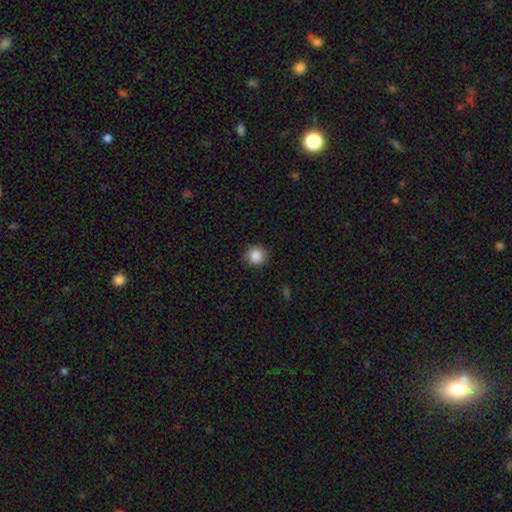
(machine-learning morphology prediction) Smooth or featured: smooth — 87% (star or artifact — 9%)
How rounded: round — 92% (in between — 7%)
Merging: none — 89% (minor disturbance — 8%)